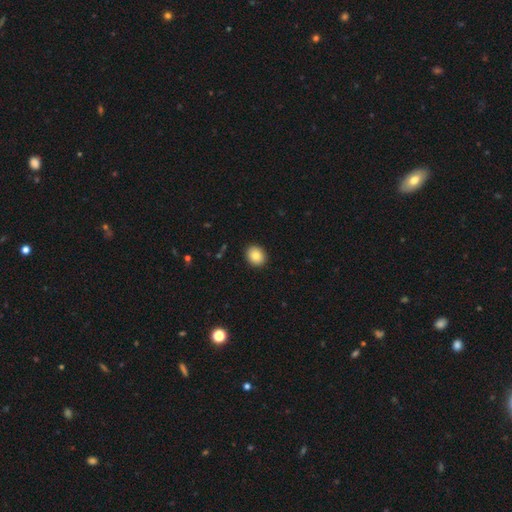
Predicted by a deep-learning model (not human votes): Smooth or featured? Predicted: smooth (p=0.83). How rounded? Predicted: round (p=0.67). Merging? Predicted: none (p=0.91).